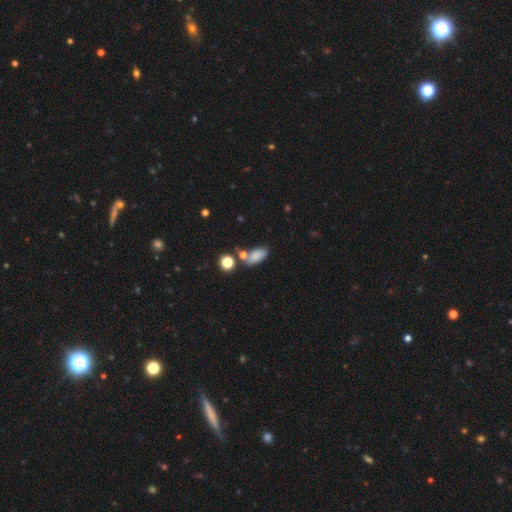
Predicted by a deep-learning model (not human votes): The model was most divided on "merging": none: 59%, merger: 18%, minor disturbance: 17%, major disturbance: 6%. More confident: how rounded — in between (86%); smooth or featured — smooth (80%).